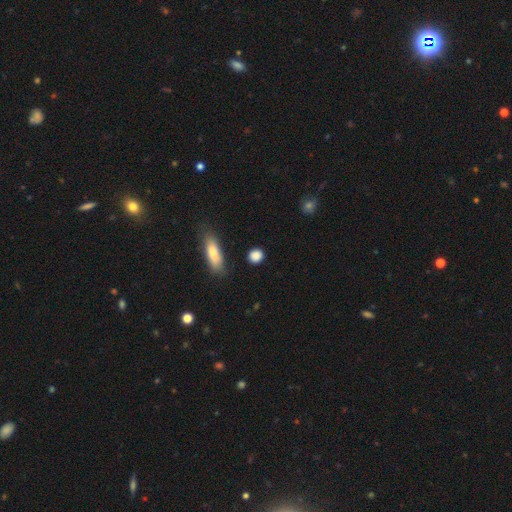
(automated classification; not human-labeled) Morphology: type=smooth (87%); roundness=round (71%); merging=none (84%).